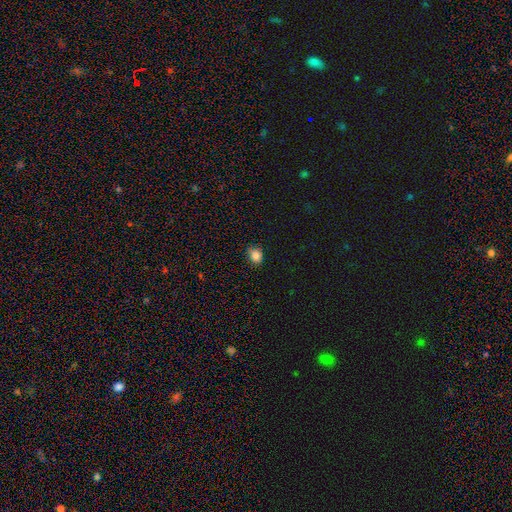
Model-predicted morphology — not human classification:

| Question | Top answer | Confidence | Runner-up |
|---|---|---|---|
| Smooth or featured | smooth | 84% | star or artifact (11%) |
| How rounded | in between | 50% | round (49%) |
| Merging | none | 80% | minor disturbance (16%) |